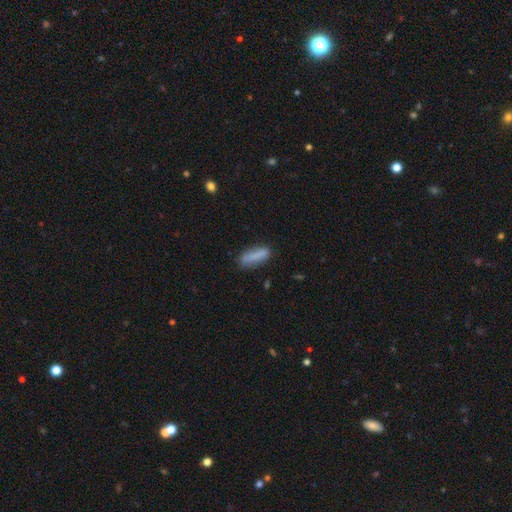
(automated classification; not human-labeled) smooth_or_featured: smooth (p=0.79) [alt: featured or disk p=0.14]
how_rounded: cigar-shaped (p=0.59) [alt: in between p=0.38]
merging: none (p=0.79) [alt: minor disturbance p=0.15]